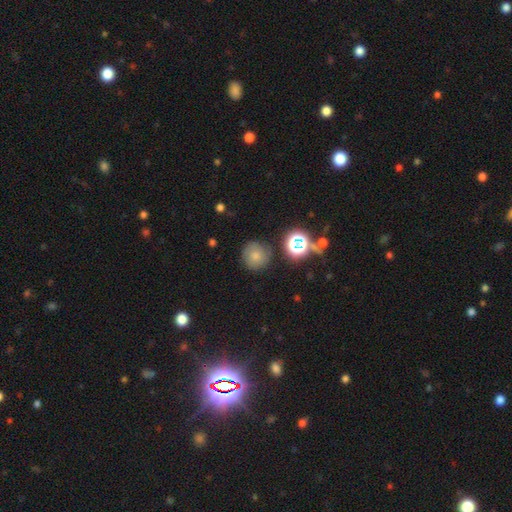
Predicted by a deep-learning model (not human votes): A smooth galaxy with no disk features (68%) that is round (93%).

Vote fractions:
- Smooth or featured? smooth: 68% / star or artifact: 17% / featured or disk: 15%
- How rounded? round: 93% / in between: 6% / cigar-shaped: 1%
- Merging? none: 81% / minor disturbance: 12% / major disturbance: 4% / merger: 4%